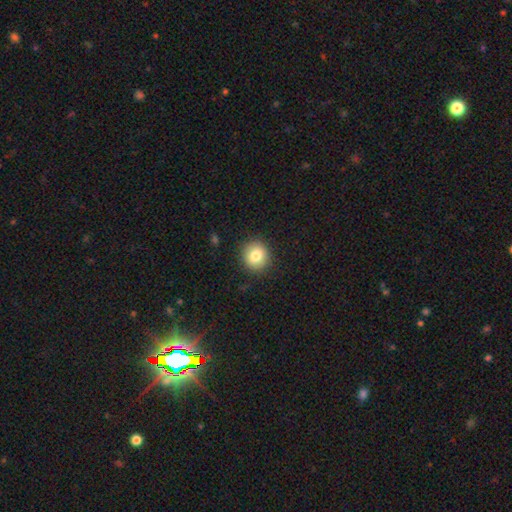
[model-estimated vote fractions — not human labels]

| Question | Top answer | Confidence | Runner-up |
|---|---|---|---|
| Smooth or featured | smooth | 81% | star or artifact (10%) |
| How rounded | round | 90% | in between (9%) |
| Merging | none | 90% | minor disturbance (7%) |